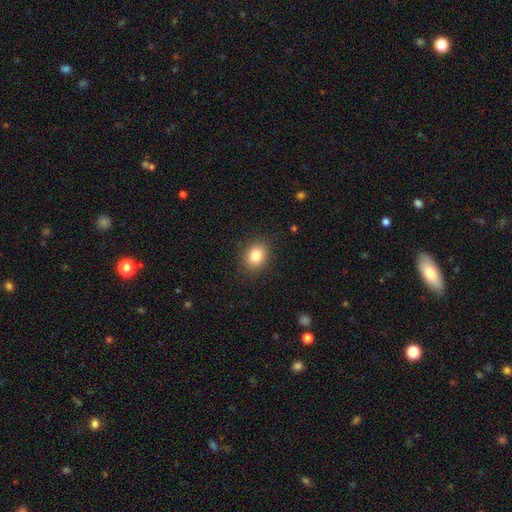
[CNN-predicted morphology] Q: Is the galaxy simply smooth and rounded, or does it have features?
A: smooth — 85%.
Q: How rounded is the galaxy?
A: in between — 57%.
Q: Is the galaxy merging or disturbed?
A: none — 86%.